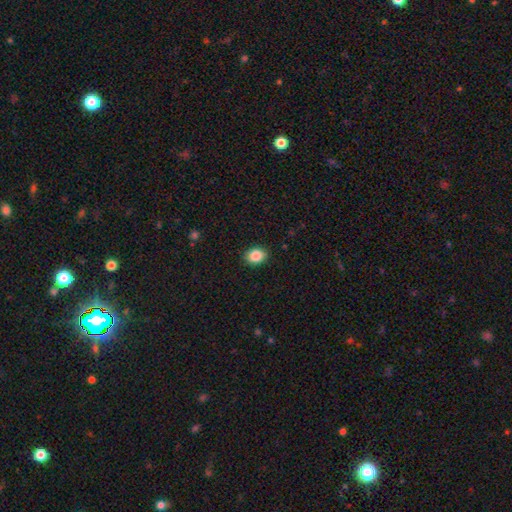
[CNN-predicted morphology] smooth-or-featured: smooth: 87% | star or artifact: 8% | featured or disk: 4%
  how-rounded: in between: 60% | round: 39% | cigar-shaped: 1%
  merging: none: 89% | minor disturbance: 8% | major disturbance: 2% | merger: 1%